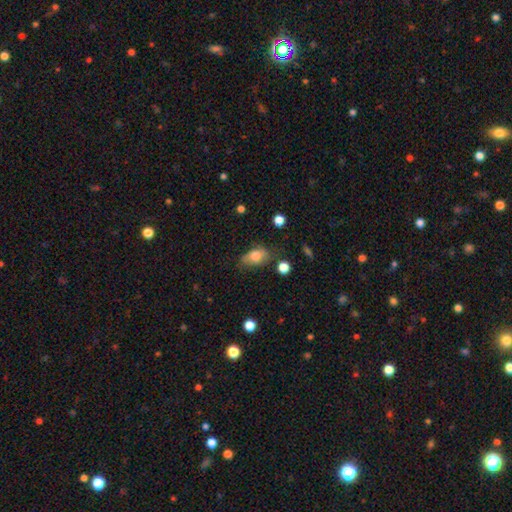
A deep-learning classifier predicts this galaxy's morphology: Smooth or featured: smooth — 76% (featured or disk — 15%)
How rounded: in between — 84% (round — 13%)
Merging: none — 48% (minor disturbance — 33%)